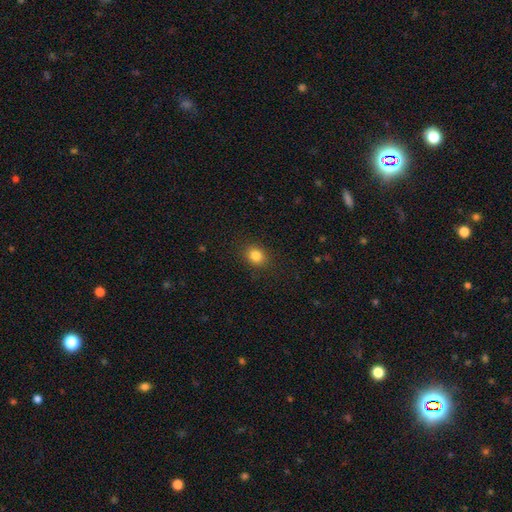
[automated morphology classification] Overall: smooth (84%). How rounded: round (65%; in between 34%). Merging: none (89%).